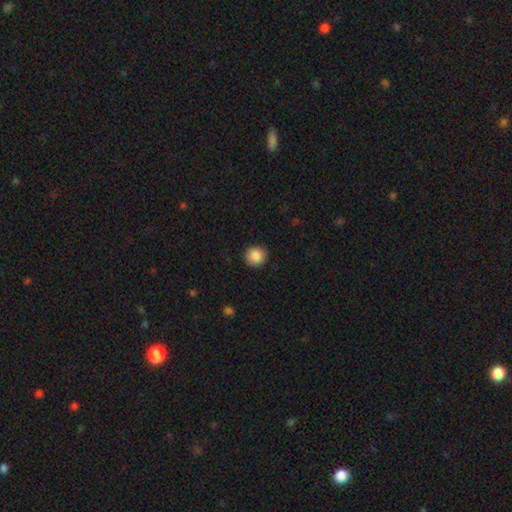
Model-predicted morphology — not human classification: This is clearly a smooth galaxy (88%). How rounded: clearly round (94%). Merging: clearly none (91%).